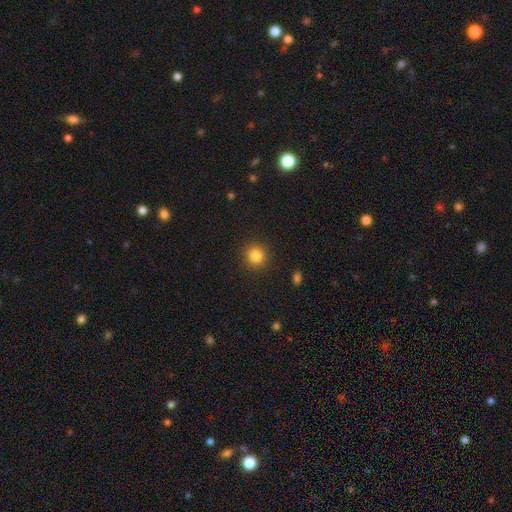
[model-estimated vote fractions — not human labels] Smooth or featured? smooth (83%)
How rounded? round (92%)
Merging? none (91%)